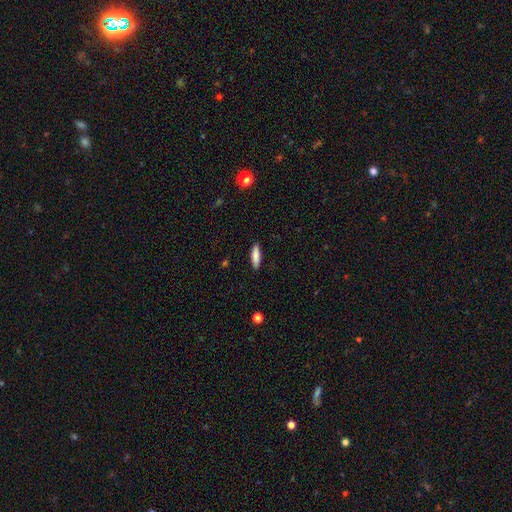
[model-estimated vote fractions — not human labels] Smooth or featured: smooth — 85% (featured or disk — 9%)
How rounded: cigar-shaped — 62% (in between — 36%)
Merging: none — 88% (minor disturbance — 9%)